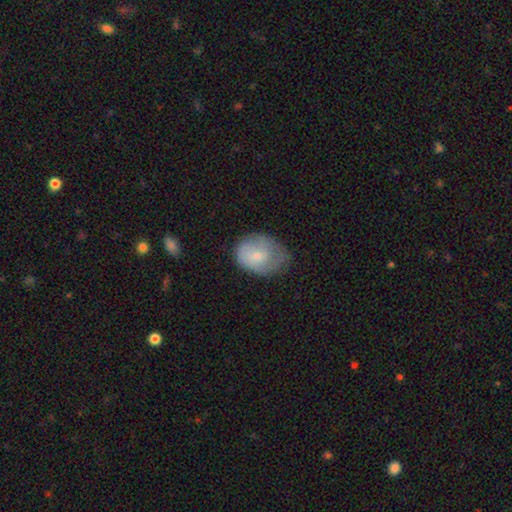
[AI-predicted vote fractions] smooth 63%, featured or disk 30%, star or artifact 7%. Down the decision tree: how rounded — in between (63%); merging — none (40%).